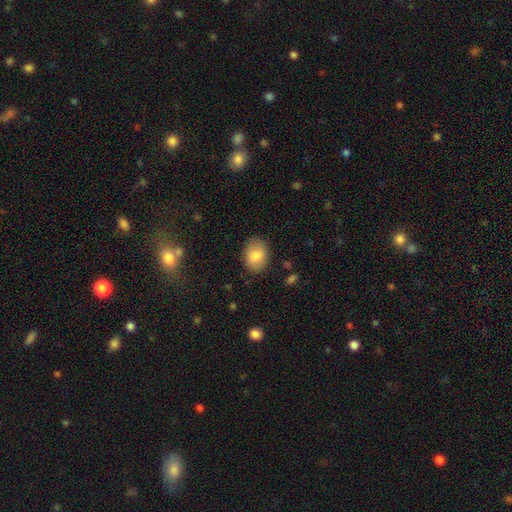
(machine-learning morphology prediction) smooth_or_featured: smooth (p=0.81) [alt: featured or disk p=0.11]
how_rounded: in between (p=0.76) [alt: round p=0.23]
merging: none (p=0.85) [alt: minor disturbance p=0.11]